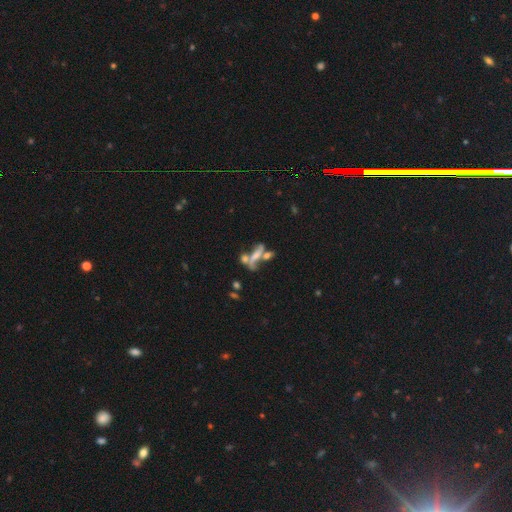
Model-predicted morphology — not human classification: type=featured or disk (46%); merging=merger (48%).